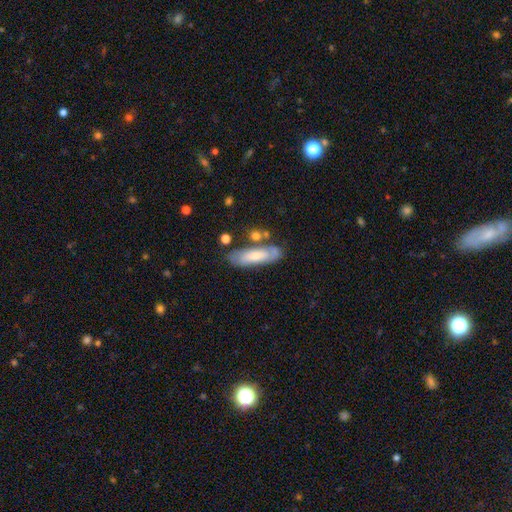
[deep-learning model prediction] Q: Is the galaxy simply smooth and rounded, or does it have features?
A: smooth — 57%.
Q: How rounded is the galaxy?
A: in between — 54%.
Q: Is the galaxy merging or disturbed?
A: none — 65%.